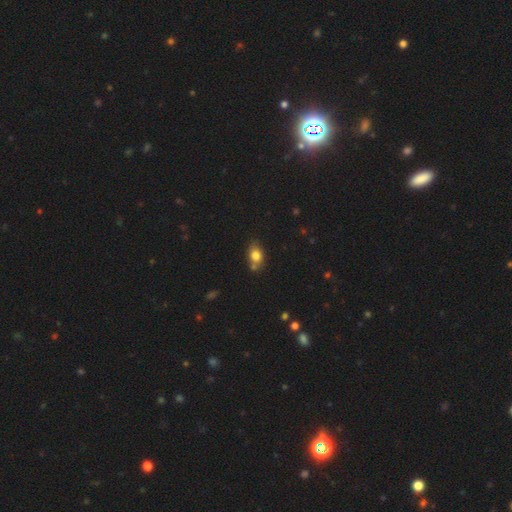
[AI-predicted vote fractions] Smooth or featured? Predicted: smooth (p=0.80). How rounded? Predicted: in between (p=0.67). Merging? Predicted: none (p=0.62).